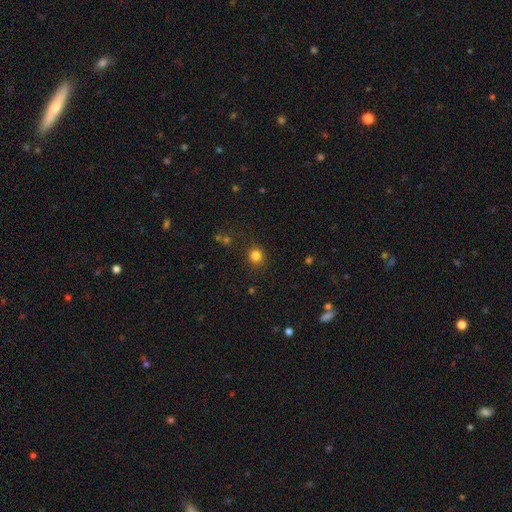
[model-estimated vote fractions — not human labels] This appears to be a smooth galaxy with no disk features (82%) that is round (89%). Merging: none (87%).